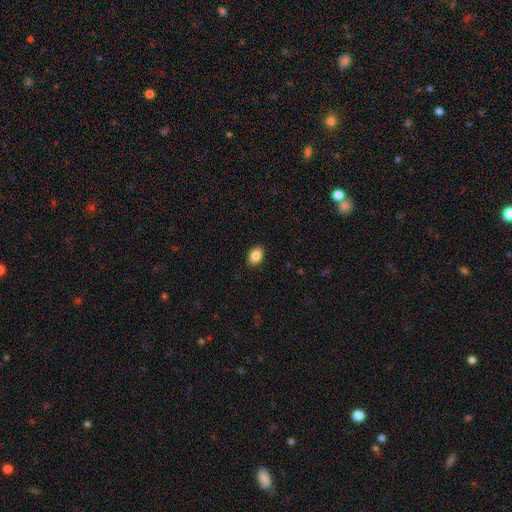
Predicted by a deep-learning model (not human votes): The model was most divided on "how rounded": in between: 84%, round: 15%, cigar-shaped: 1%. More confident: merging — none (90%); smooth or featured — smooth (86%).